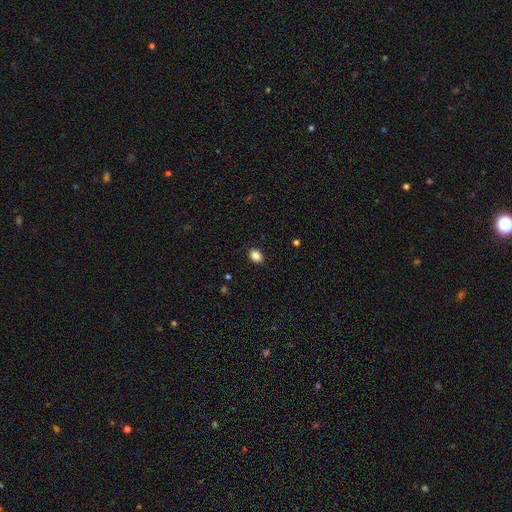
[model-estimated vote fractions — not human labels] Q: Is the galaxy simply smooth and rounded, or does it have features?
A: smooth — 87%.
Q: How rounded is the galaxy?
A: in between — 67%.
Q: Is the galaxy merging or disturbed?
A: none — 89%.